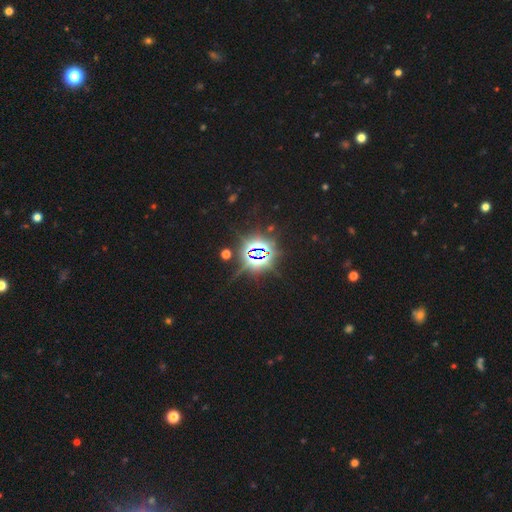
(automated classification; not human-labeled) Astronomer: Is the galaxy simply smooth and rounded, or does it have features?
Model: star or artifact — 82%.